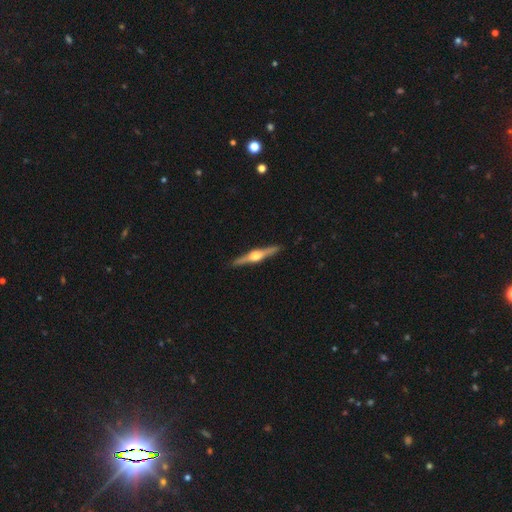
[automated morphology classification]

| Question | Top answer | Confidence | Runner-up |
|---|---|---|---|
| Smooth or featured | featured or disk | 80% | smooth (15%) |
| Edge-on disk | yes | 98% | no (2%) |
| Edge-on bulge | rounded | 95% | boxy (3%) |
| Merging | none | 92% | minor disturbance (6%) |